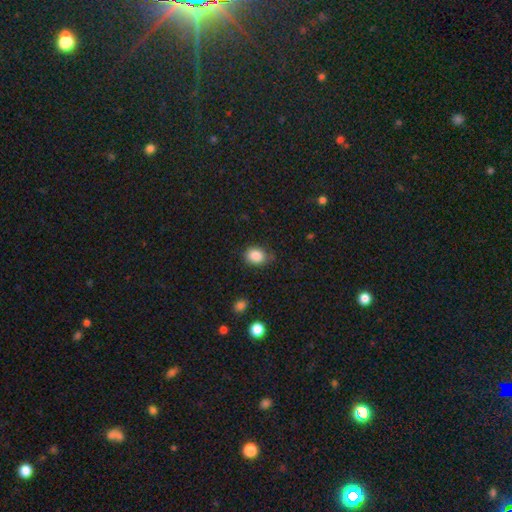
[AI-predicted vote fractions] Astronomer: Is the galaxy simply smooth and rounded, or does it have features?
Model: smooth — 87%.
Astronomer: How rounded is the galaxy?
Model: in between — 50% (runner-up: round, 49%).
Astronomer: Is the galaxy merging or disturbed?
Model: none — 73%.